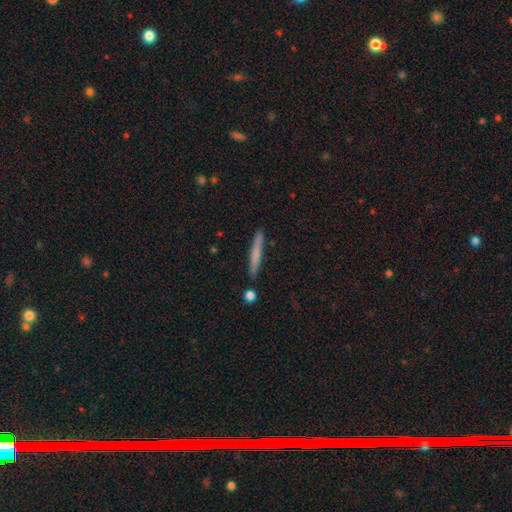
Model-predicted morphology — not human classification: Overall: smooth (67%; featured or disk 28%). How rounded: cigar-shaped (95%). Merging: none (83%).